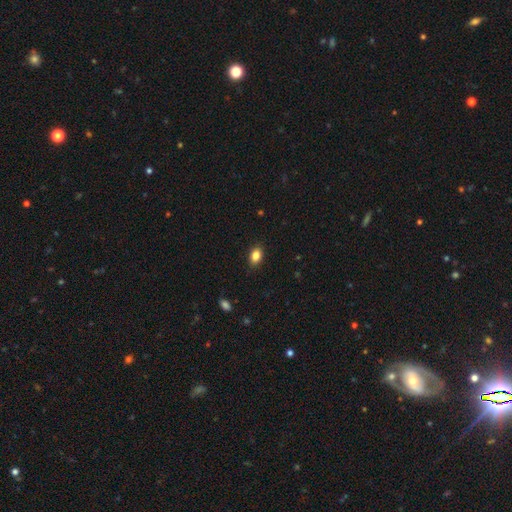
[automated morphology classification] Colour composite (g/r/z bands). It shows a smooth galaxy with no disk features (85%) that is in between round and cigar-shaped (80%). Merging: none (87%).